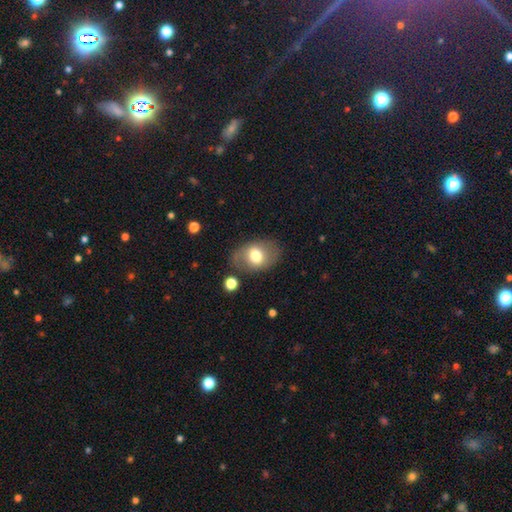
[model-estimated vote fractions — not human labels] The model was most divided on "smooth or featured": smooth: 65%, featured or disk: 27%, star or artifact: 8%. More confident: how rounded — in between (76%); merging — none (76%).